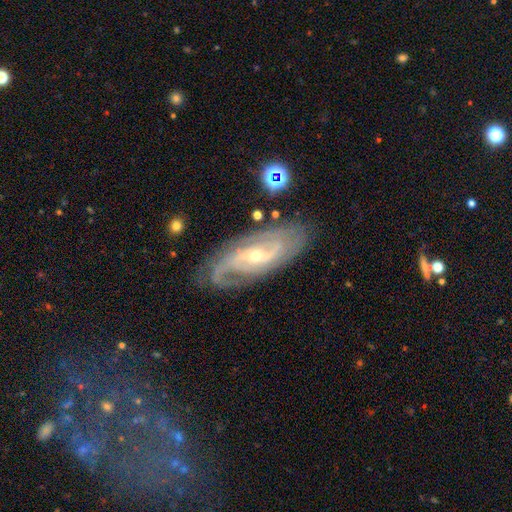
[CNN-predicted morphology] Smooth or featured?
  - featured or disk: 88% *
  - smooth: 6%
  - star or artifact: 6%
Edge-on disk?
  - no: 92% *
  - yes: 8%
Bar?
  - weak: 41% *
  - no: 38%
  - strong: 21%
Spiral arms?
  - yes: 97% *
  - no: 3%
Spiral winding?
  - tight: 46% *
  - medium: 40%
  - loose: 13%
Spiral arm count?
  - 2: 46% *
  - can't tell: 19%
  - 3: 18%
  - 4: 8%
  - 1: 5%
  - more than 4: 5%
Bulge size?
  - small: 63% *
  - moderate: 34%
  - large: 1%
  - none: 1%
  - dominant: 1%
Merging?
  - none: 78% *
  - minor disturbance: 15%
  - major disturbance: 5%
  - merger: 2%